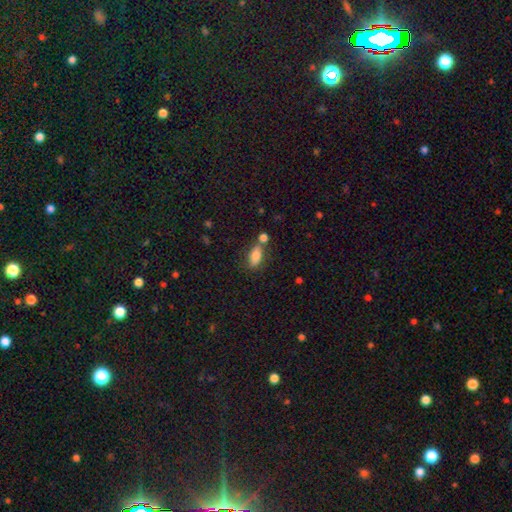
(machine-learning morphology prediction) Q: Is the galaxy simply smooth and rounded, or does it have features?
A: smooth — 80%.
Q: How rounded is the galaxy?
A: in between — 84%.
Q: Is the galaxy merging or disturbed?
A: none — 59%.